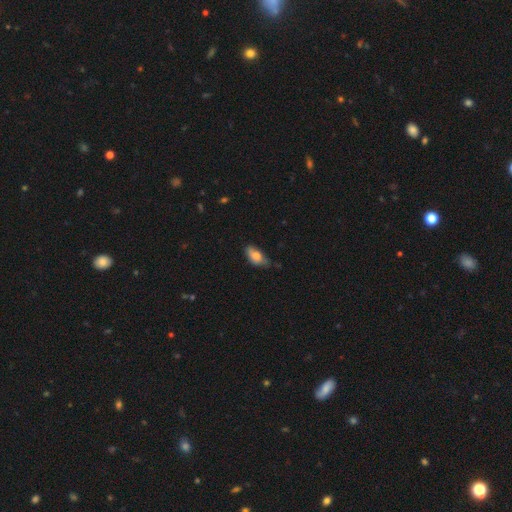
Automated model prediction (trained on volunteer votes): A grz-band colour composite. It shows a smooth galaxy with no disk features (74%) that is in between round and cigar-shaped (90%). Merging: none (50%).